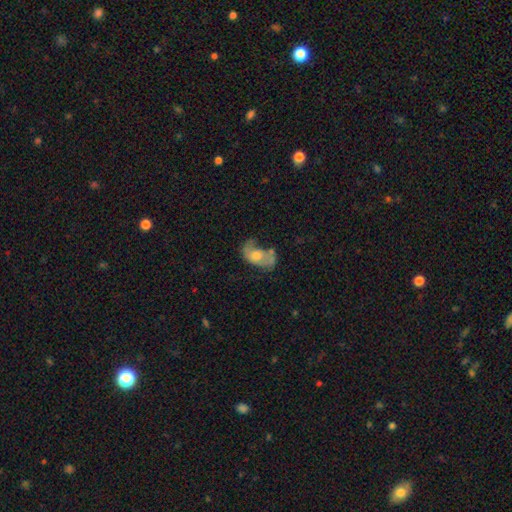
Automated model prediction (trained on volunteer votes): Smooth or featured: featured or disk — 55% (smooth — 35%)
Edge-on disk: no — 95% (yes — 5%)
Bar: no — 74% (weak — 22%)
Spiral arms: yes — 64% (no — 36%)
Bulge size: moderate — 54% (small — 20%)
Merging: none — 34% (major disturbance — 30%)